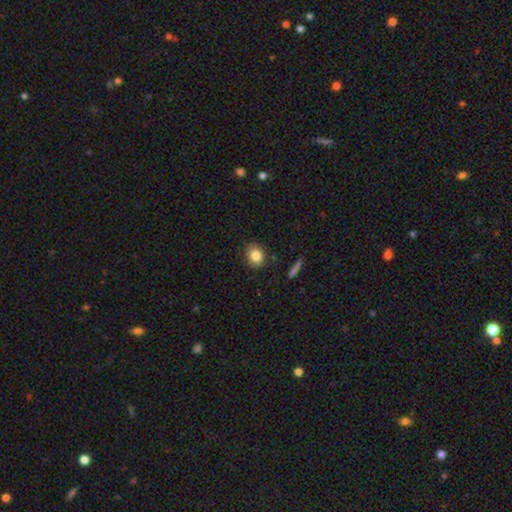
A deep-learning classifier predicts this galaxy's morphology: Q: Smooth or featured?
A: smooth (83%); runner-up: star or artifact (9%)
Q: How rounded?
A: round (69%); runner-up: in between (30%)
Q: Merging?
A: none (85%); runner-up: minor disturbance (11%)